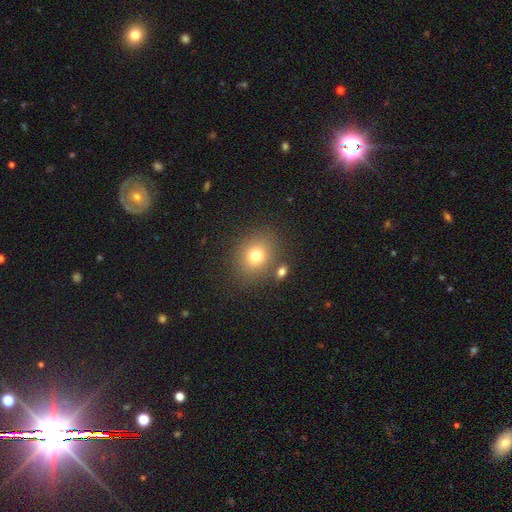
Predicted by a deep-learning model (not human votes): Smooth or featured?
  - smooth: 75% *
  - star or artifact: 14%
  - featured or disk: 11%
How rounded?
  - round: 66% *
  - in between: 33%
  - cigar-shaped: 1%
Merging?
  - none: 79% *
  - minor disturbance: 10%
  - merger: 7%
  - major disturbance: 4%